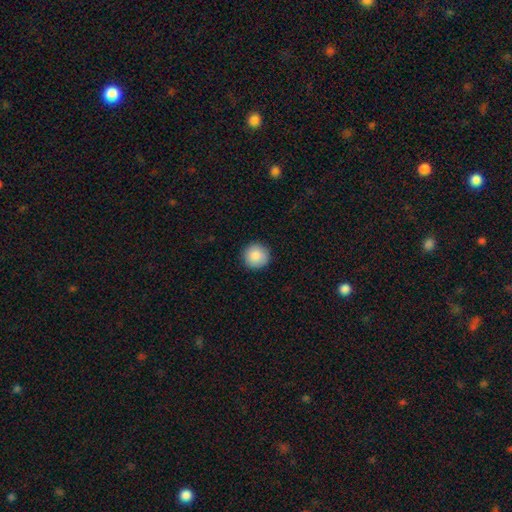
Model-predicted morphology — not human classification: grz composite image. It shows a smooth galaxy with no disk features (88%) that is round (96%). Merging: none (91%).